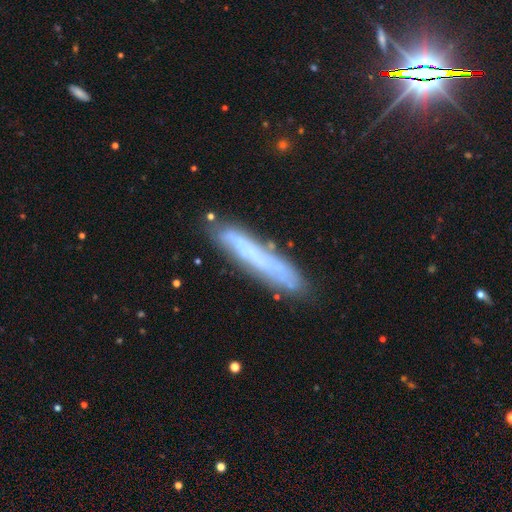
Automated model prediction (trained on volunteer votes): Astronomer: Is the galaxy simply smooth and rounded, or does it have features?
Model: featured or disk — 48% (runner-up: smooth, 42%).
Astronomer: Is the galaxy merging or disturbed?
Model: none — 75%.